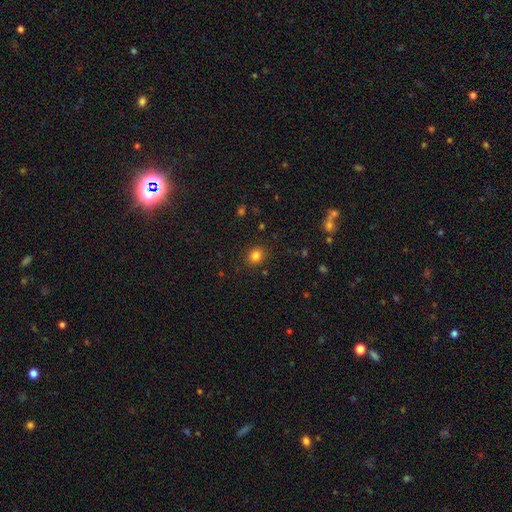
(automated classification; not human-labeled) Overall: smooth (82%). How rounded: round (65%; in between 34%). Merging: none (88%).